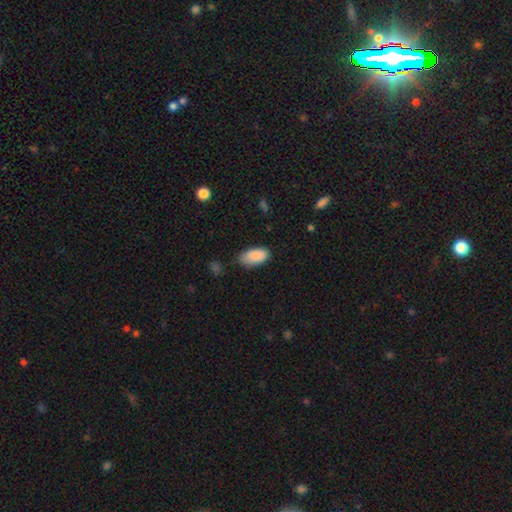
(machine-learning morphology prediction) Smooth or featured? smooth (89%)
How rounded? in between (93%)
Merging? none (73%)